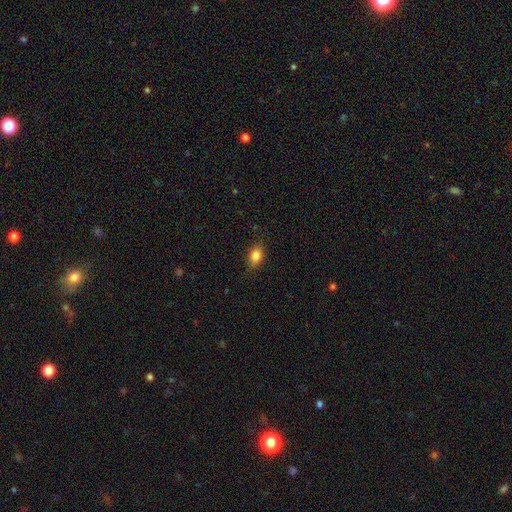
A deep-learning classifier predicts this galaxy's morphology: Overall: smooth (84%). How rounded: in between (83%). Merging: none (85%).